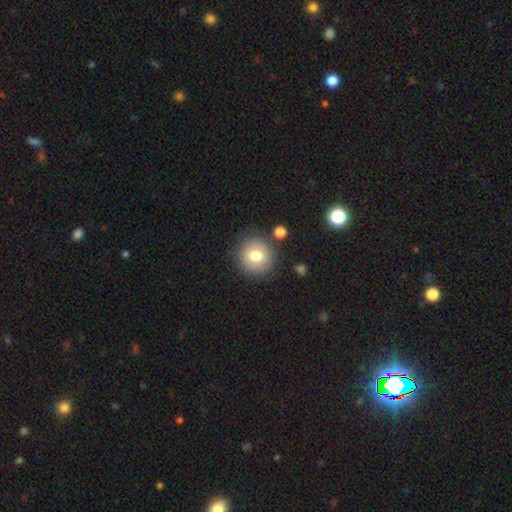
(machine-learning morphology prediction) Smooth or featured?
  - smooth: 76% *
  - featured or disk: 15%
  - star or artifact: 10%
How rounded?
  - round: 90% *
  - in between: 9%
  - cigar-shaped: 1%
Merging?
  - none: 82% *
  - minor disturbance: 10%
  - merger: 4%
  - major disturbance: 3%